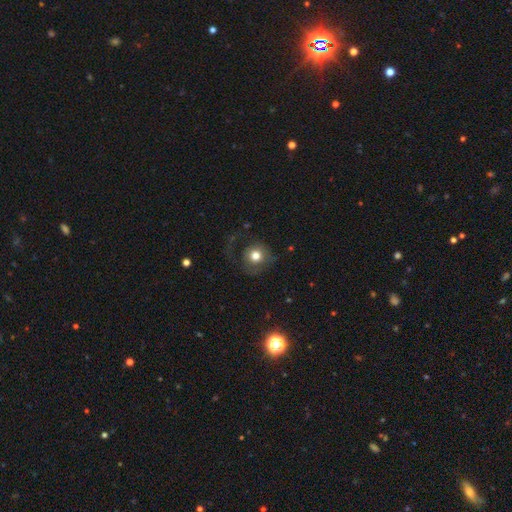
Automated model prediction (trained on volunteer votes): A smooth galaxy with no disk features (71%) that is round (91%).

Vote fractions:
- Smooth or featured? smooth: 71% / featured or disk: 18% / star or artifact: 11%
- How rounded? round: 91% / in between: 8% / cigar-shaped: 1%
- Merging? none: 55% / major disturbance: 28% / minor disturbance: 16% / merger: 2%